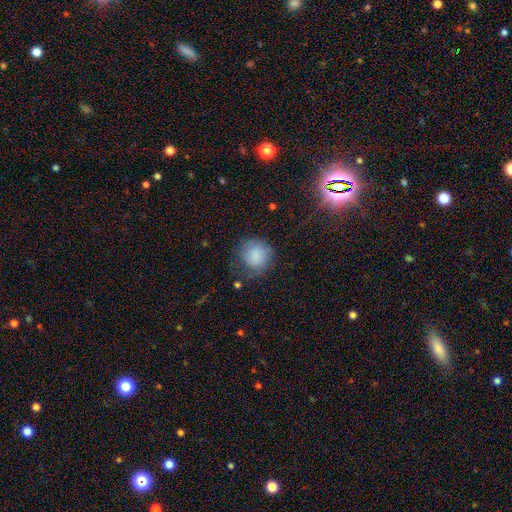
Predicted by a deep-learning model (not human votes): smooth 80%, featured or disk 12%, star or artifact 8%. Down the decision tree: how rounded — round (88%); merging — none (61%).